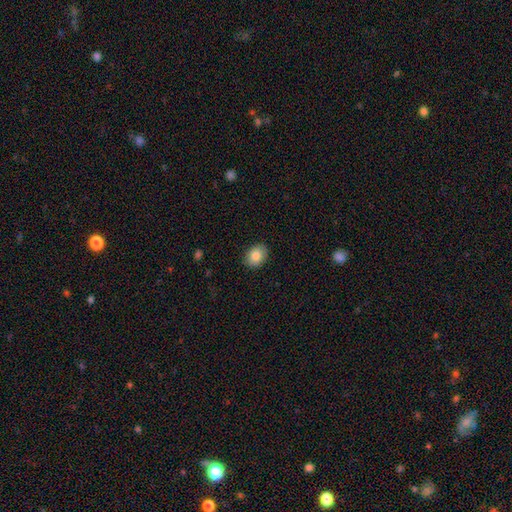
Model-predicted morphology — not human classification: smooth_or_featured: smooth (p=0.84) [alt: featured or disk p=0.08]
how_rounded: in between (p=0.62) [alt: round p=0.37]
merging: none (p=0.88) [alt: minor disturbance p=0.09]